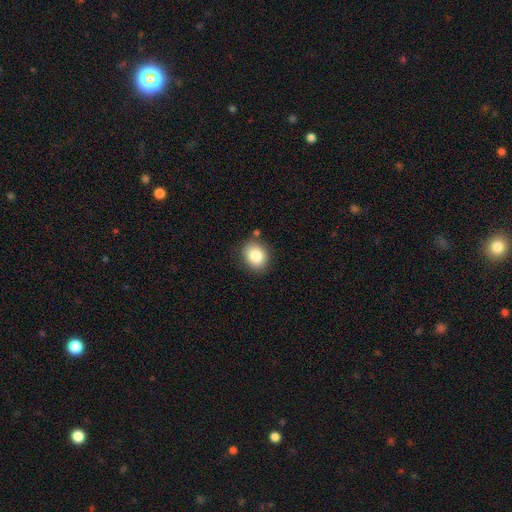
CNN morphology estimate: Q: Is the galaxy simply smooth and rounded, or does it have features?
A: smooth — 84%.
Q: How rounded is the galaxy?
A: round — 53%.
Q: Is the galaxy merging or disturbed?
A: none — 82%.